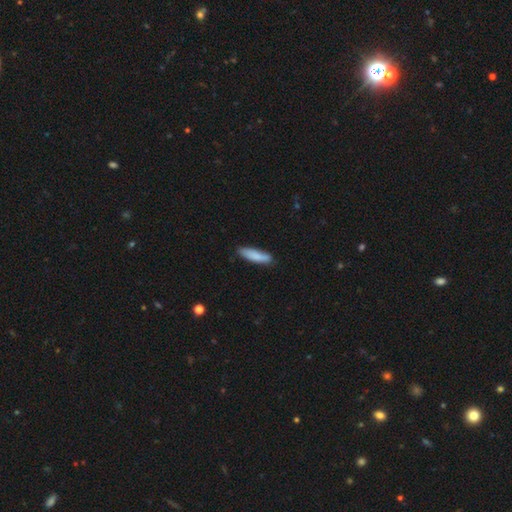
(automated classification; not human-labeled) A smooth galaxy with no disk features (84%) that is cigar-shaped (71%).

Vote fractions:
- Smooth or featured? smooth: 84% / featured or disk: 10% / star or artifact: 6%
- How rounded? cigar-shaped: 71% / in between: 27% / round: 1%
- Merging? none: 81% / minor disturbance: 15% / major disturbance: 2% / merger: 2%